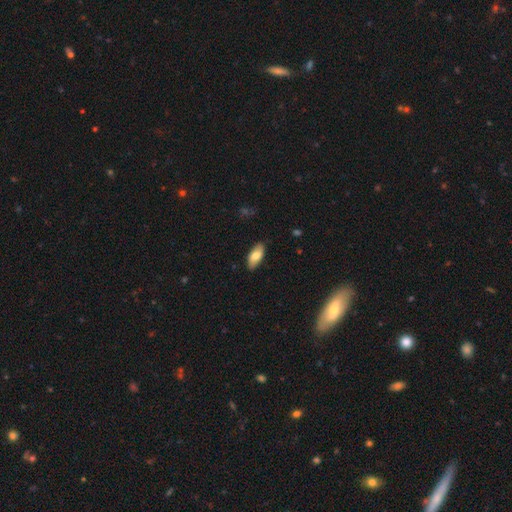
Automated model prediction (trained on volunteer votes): A smooth galaxy with no disk features (76%) that is in between round and cigar-shaped (89%). Merging: none (86%).